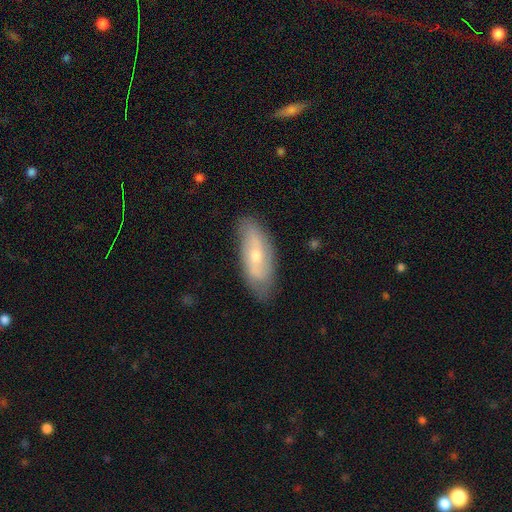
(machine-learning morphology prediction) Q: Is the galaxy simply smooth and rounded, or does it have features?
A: featured or disk — 57%.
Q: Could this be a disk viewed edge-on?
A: no — 82%.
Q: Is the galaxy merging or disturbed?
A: none — 78%.